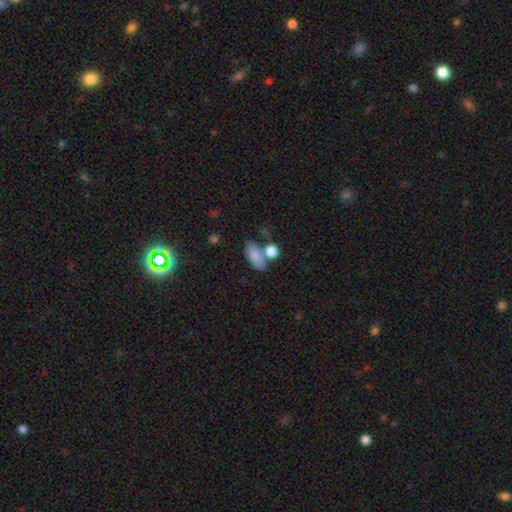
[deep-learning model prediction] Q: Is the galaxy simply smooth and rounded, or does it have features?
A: smooth — 80%.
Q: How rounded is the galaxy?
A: in between — 86%.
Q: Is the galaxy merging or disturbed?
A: none — 49%.